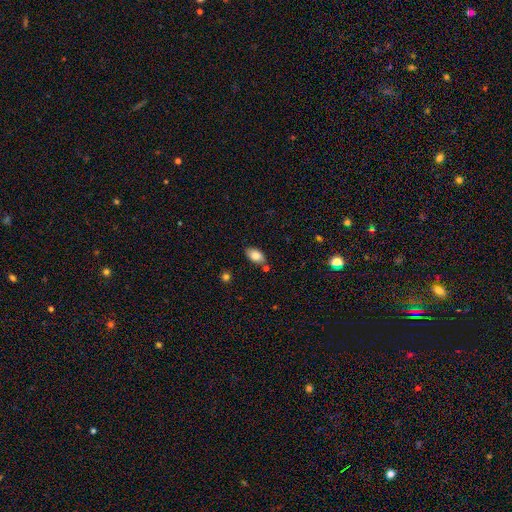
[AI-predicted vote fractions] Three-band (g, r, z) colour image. It shows a smooth galaxy with no disk features (83%) that is in between round and cigar-shaped (93%). Merging: none (77%).